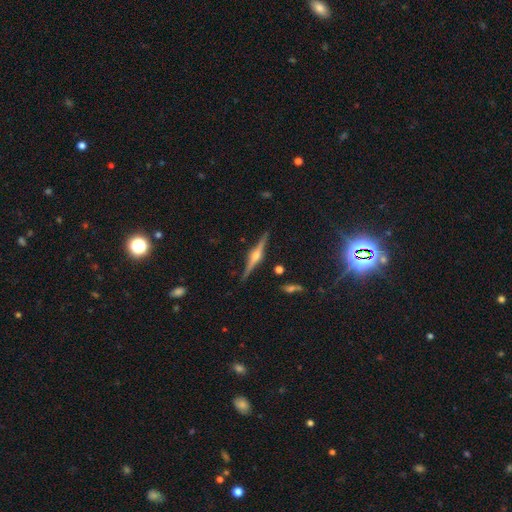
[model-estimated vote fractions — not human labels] featured or disk 84%, smooth 10%, star or artifact 6%. Down the decision tree: edge-on disk — yes (98%); edge-on bulge — rounded (92%); merging — none (90%).